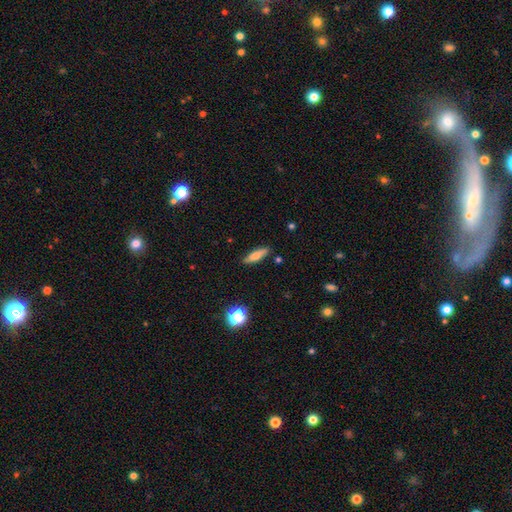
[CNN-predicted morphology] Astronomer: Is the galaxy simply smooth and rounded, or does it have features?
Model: smooth — 61%.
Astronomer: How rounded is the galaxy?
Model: cigar-shaped — 63%.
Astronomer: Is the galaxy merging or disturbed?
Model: none — 87%.